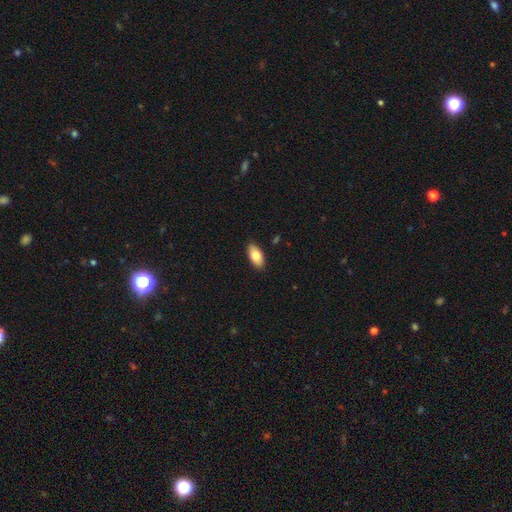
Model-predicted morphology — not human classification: The model was most divided on "smooth or featured": smooth: 81%, featured or disk: 12%, star or artifact: 7%. More confident: how rounded — in between (93%); merging — none (88%).